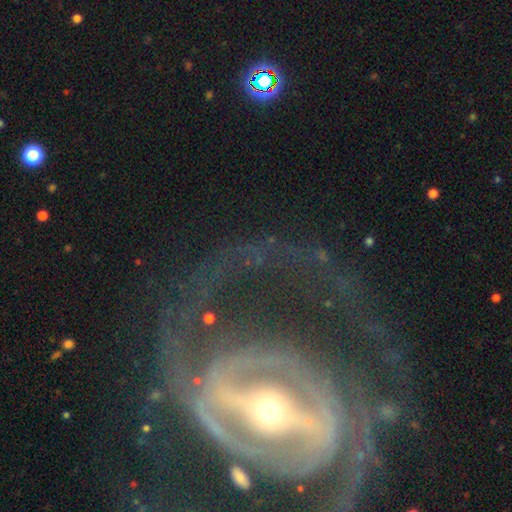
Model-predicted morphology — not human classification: A featured or disk galaxy (87%) with a strong bar (65%), 2 (58%) medium (40%) spiral arms (81%) and a moderate central bulge (52%). Merging: none (57%).